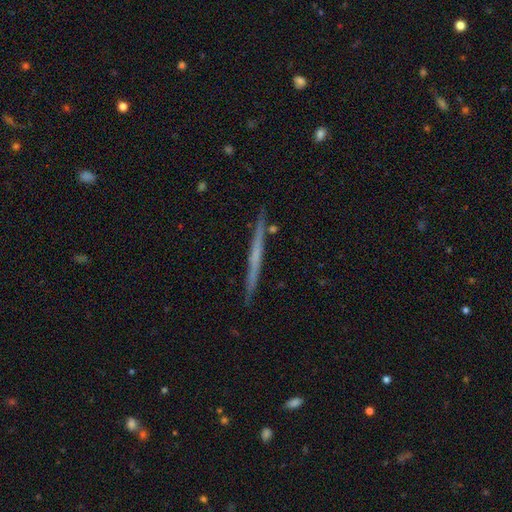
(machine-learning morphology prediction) Smooth or featured? Predicted: featured or disk (p=0.57). Edge-on disk? Predicted: yes (p=0.97). Edge-on bulge? Predicted: none (p=0.86). Merging? Predicted: none (p=0.90).